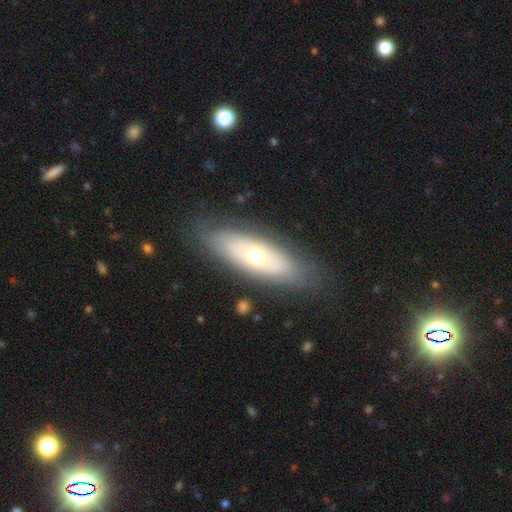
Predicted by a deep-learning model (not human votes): Smooth or featured?
  - featured or disk: 54% *
  - smooth: 39%
  - star or artifact: 6%
Edge-on disk?
  - no: 75% *
  - yes: 25%
Merging?
  - none: 81% *
  - minor disturbance: 13%
  - major disturbance: 4%
  - merger: 1%